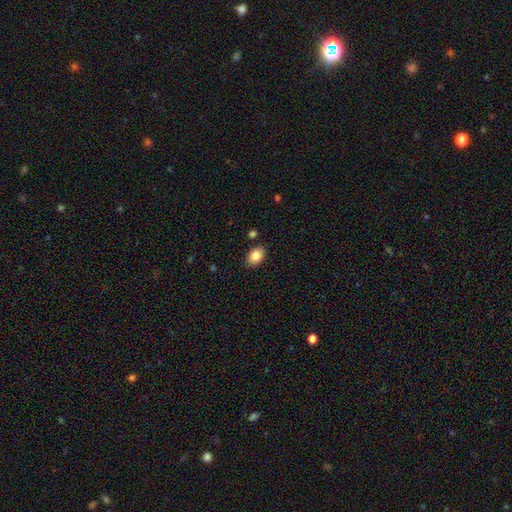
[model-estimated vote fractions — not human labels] smooth-or-featured: smooth: 85% | star or artifact: 8% | featured or disk: 7%
  how-rounded: in between: 83% | round: 16% | cigar-shaped: 1%
  merging: none: 86% | minor disturbance: 9% | merger: 3% | major disturbance: 2%